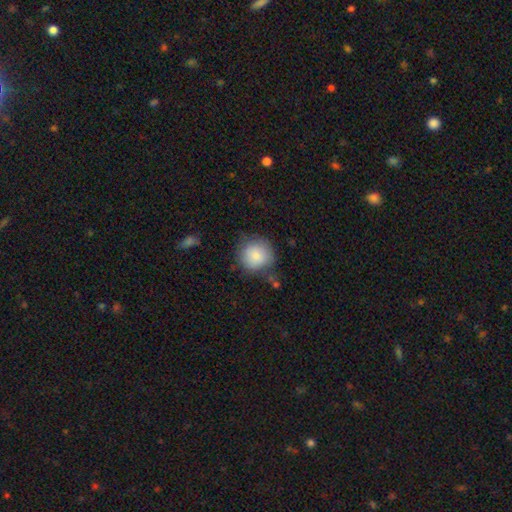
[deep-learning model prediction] A smooth galaxy with no disk features (85%) that is round (90%).

Vote fractions:
- Smooth or featured? smooth: 85% / featured or disk: 8% / star or artifact: 7%
- How rounded? round: 90% / in between: 9% / cigar-shaped: 1%
- Merging? none: 69% / minor disturbance: 20% / major disturbance: 6% / merger: 4%